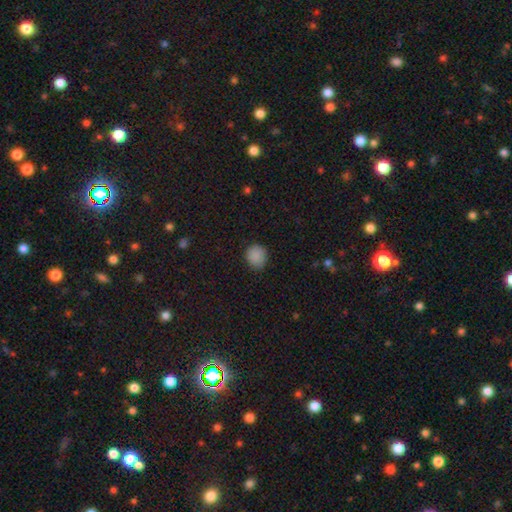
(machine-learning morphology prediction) Smooth or featured? Predicted: smooth (p=0.87). How rounded? Predicted: round (p=0.79). Merging? Predicted: none (p=0.82).